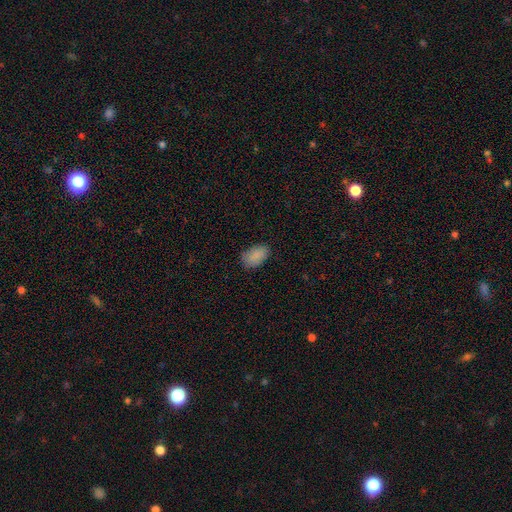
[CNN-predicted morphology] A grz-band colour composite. It shows a smooth galaxy with no disk features (88%) that is in between round and cigar-shaped (91%). Merging: none (79%).